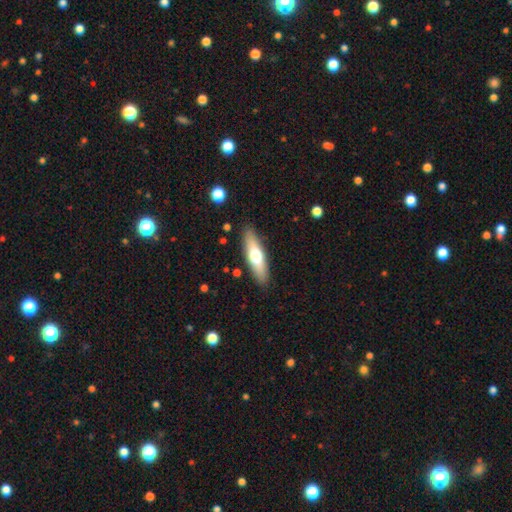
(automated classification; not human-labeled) Q: Smooth or featured?
A: smooth (58%); runner-up: featured or disk (37%)
Q: How rounded?
A: cigar-shaped (60%); runner-up: in between (38%)
Q: Merging?
A: none (87%); runner-up: minor disturbance (9%)